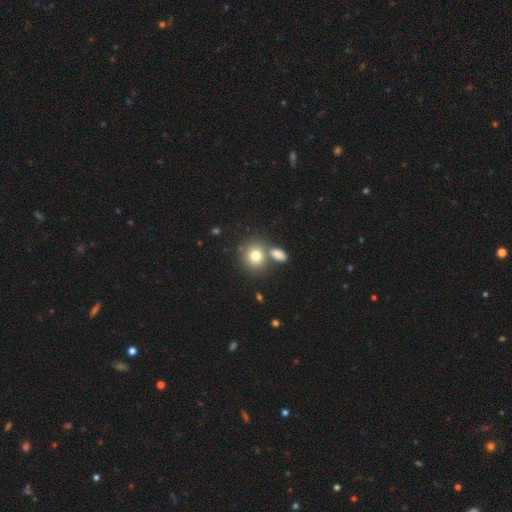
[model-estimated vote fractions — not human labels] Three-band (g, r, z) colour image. It shows a smooth galaxy with no disk features (77%) that is round (76%). Merging: none (56%).